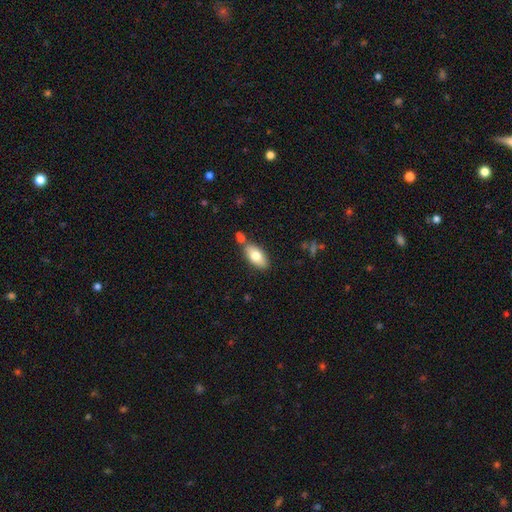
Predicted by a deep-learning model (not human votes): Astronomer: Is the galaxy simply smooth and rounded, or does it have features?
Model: smooth — 75%.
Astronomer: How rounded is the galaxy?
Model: in between — 90%.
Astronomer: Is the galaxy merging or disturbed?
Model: none — 72%.